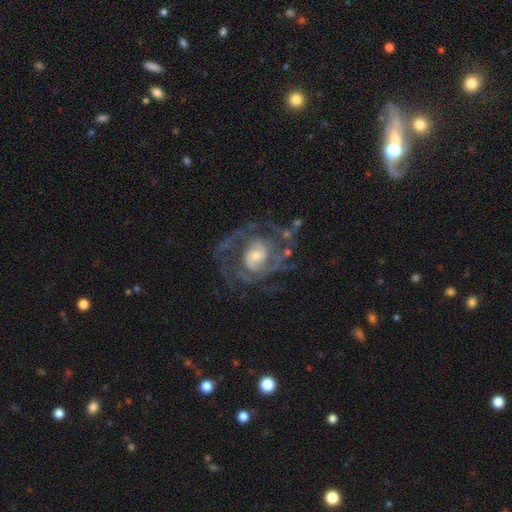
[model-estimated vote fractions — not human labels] Smooth or featured: featured or disk — 87% (smooth — 7%)
Edge-on disk: no — 98% (yes — 2%)
Bar: no — 59% (weak — 32%)
Spiral arms: yes — 93% (no — 7%)
Spiral winding: tight — 45% (medium — 42%)
Spiral arm count: 2 — 33% (can't tell — 26%)
Bulge size: small — 50% (moderate — 39%)
Merging: none — 62% (major disturbance — 19%)